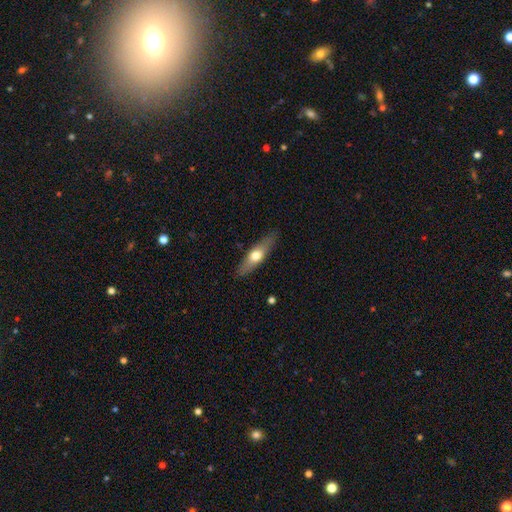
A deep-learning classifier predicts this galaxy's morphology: This is possibly a smooth galaxy (51%). How rounded: likely cigar-shaped (66%). Merging: clearly none (86%).